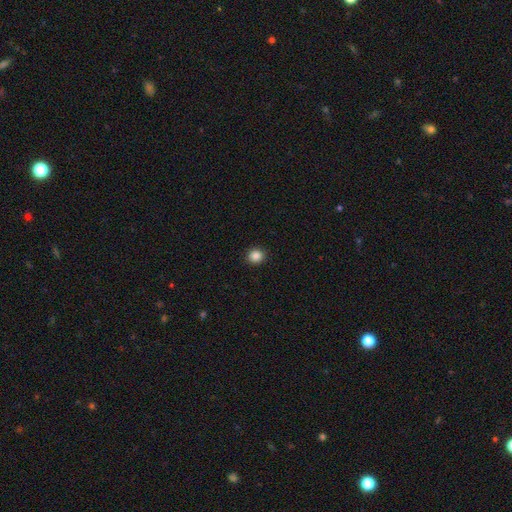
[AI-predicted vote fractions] Q: Smooth or featured?
A: smooth (86%); runner-up: star or artifact (11%)
Q: How rounded?
A: round (88%); runner-up: in between (11%)
Q: Merging?
A: none (92%); runner-up: minor disturbance (5%)